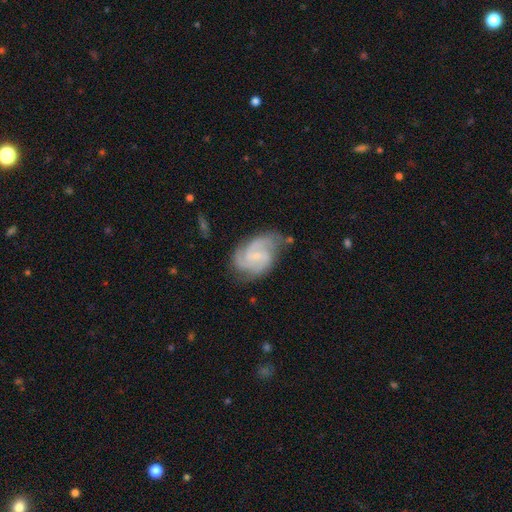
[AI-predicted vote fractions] Smooth or featured?
  - featured or disk: 84% *
  - smooth: 11%
  - star or artifact: 6%
Edge-on disk?
  - no: 98% *
  - yes: 2%
Bar?
  - weak: 49% *
  - no: 41%
  - strong: 10%
Spiral arms?
  - yes: 97% *
  - no: 3%
Spiral winding?
  - medium: 48% *
  - tight: 40%
  - loose: 12%
Spiral arm count?
  - 3: 44% *
  - 2: 27%
  - can't tell: 13%
  - 4: 8%
  - 1: 4%
  - more than 4: 4%
Bulge size?
  - small: 70% *
  - moderate: 17%
  - none: 10%
  - large: 1%
  - dominant: 1%
Merging?
  - none: 64% *
  - minor disturbance: 25%
  - major disturbance: 9%
  - merger: 2%